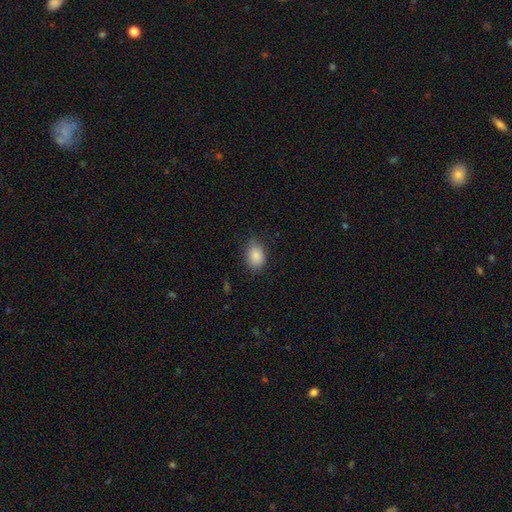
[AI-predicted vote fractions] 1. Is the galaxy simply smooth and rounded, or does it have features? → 87% smooth, 8% star or artifact, 5% featured or disk.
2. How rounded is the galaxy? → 74% in between, 25% round, 1% cigar-shaped.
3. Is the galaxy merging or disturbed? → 77% none, 18% minor disturbance, 4% major disturbance, 1% merger.